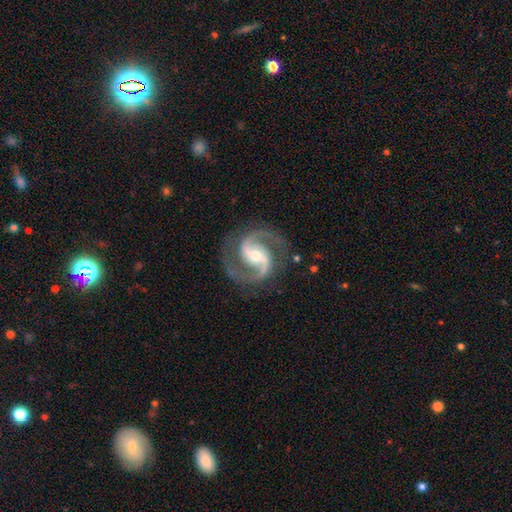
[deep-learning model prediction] This is clearly a featured or disk galaxy (94%). It is clearly not viewed edge-on (98%). Bar: marginally weak (43%). Spiral arm pattern: clearly yes (99%). Spiral arm count: clearly 2 (94%). Spiral winding: likely medium (69%). Central bulge: likely moderate (65%). Merging: clearly none (83%).